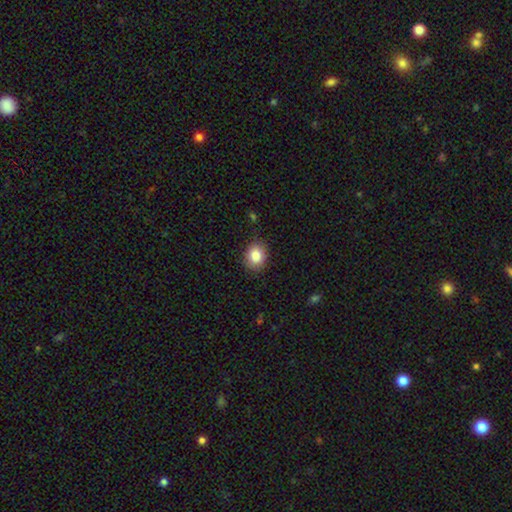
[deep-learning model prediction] Smooth or featured? smooth (84%)
How rounded? round (56%)
Merging? none (87%)